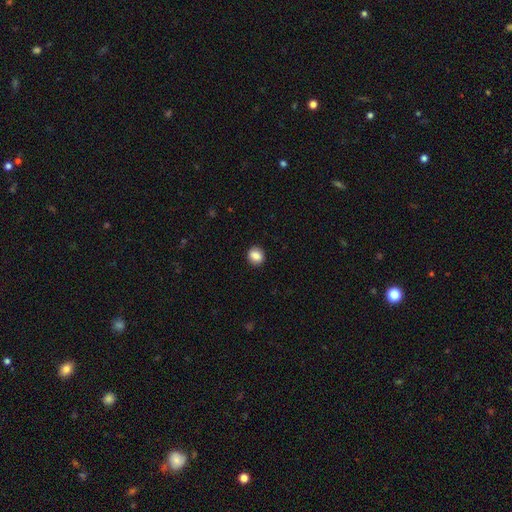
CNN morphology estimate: type=smooth (85%); roundness=round (61%); merging=none (88%).